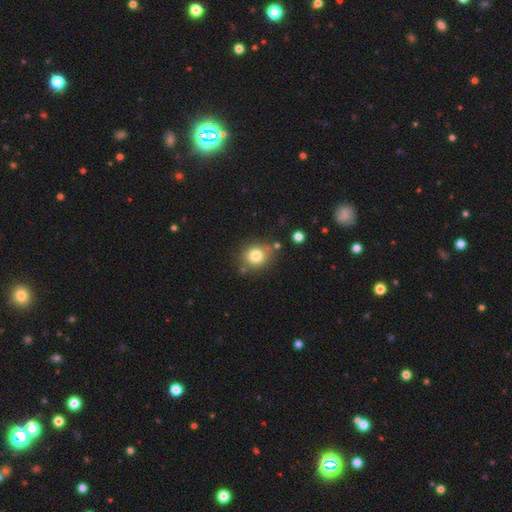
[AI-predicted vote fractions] smooth_or_featured: smooth (p=0.80) [alt: star or artifact p=0.12]
how_rounded: round (p=0.80) [alt: in between p=0.19]
merging: none (p=0.78) [alt: minor disturbance p=0.11]